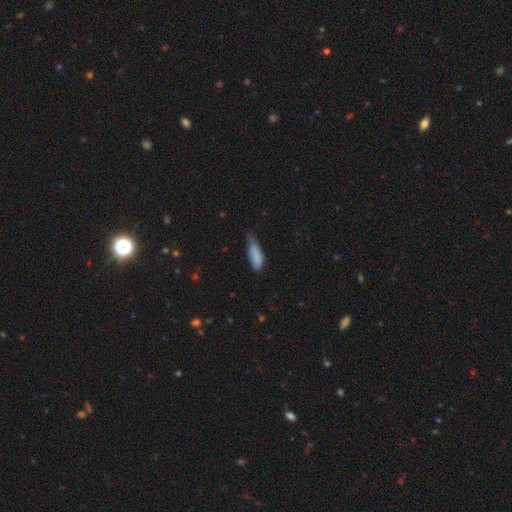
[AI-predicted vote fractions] smooth 86%, featured or disk 7%, star or artifact 7%. Down the decision tree: how rounded — in between (57%); merging — none (45%).